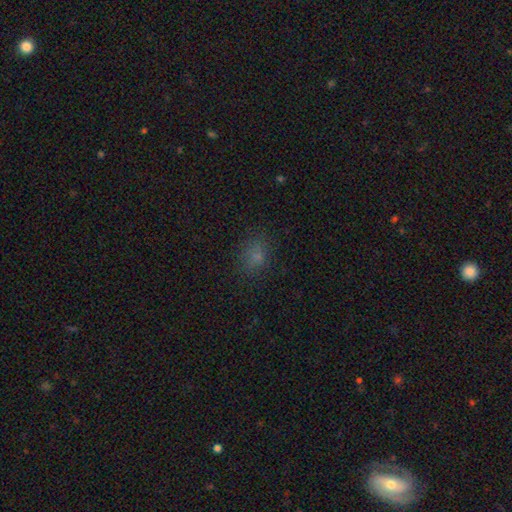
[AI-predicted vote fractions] Smooth or featured: smooth — 71% (star or artifact — 21%)
How rounded: in between — 50% (round — 49%)
Merging: none — 80% (minor disturbance — 14%)